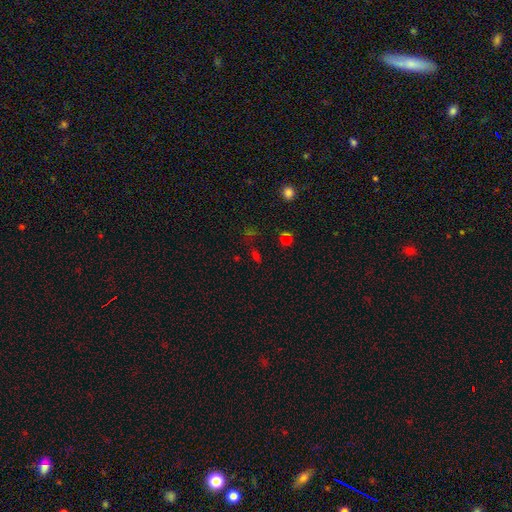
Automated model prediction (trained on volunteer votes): Morphology: type=star or artifact (47%).